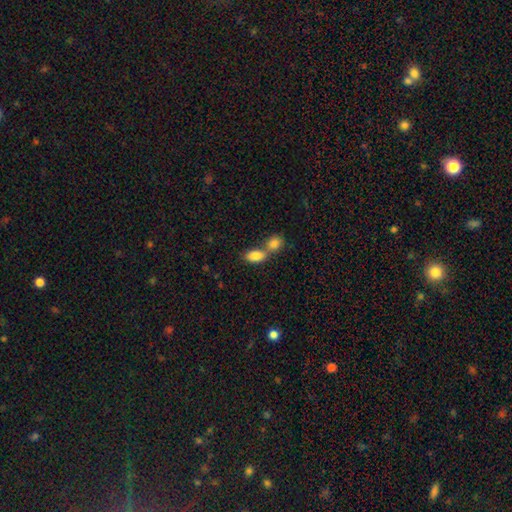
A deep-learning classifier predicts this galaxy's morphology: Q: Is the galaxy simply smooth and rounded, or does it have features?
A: smooth — 85%.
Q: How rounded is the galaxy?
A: in between — 89%.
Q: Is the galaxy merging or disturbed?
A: merger — 59%.